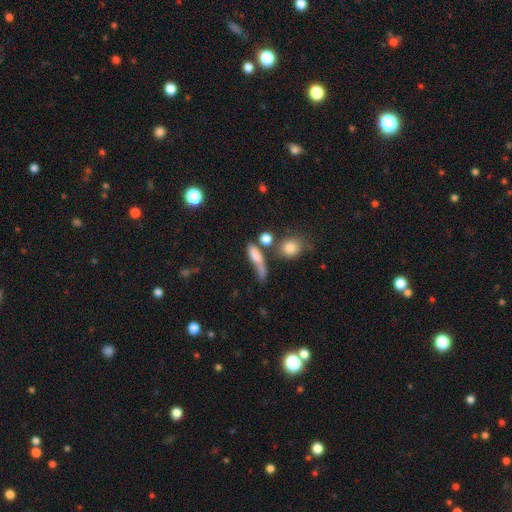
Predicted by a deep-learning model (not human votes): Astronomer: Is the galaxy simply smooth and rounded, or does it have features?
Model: smooth — 72%.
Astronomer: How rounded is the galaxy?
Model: in between — 45% (runner-up: cigar-shaped, 42%).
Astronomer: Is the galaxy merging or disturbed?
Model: none — 34% (runner-up: merger, 28%).